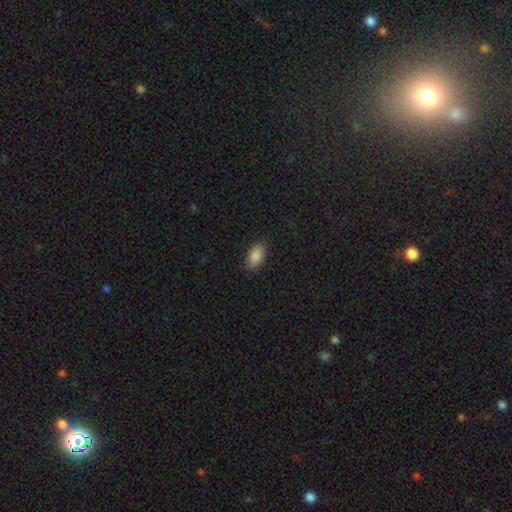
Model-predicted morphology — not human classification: A smooth galaxy with no disk features (89%) that is in between round and cigar-shaped (93%).

Vote fractions:
- Smooth or featured? smooth: 89% / star or artifact: 7% / featured or disk: 4%
- How rounded? in between: 93% / cigar-shaped: 4% / round: 4%
- Merging? none: 86% / minor disturbance: 11% / major disturbance: 3% / merger: 1%